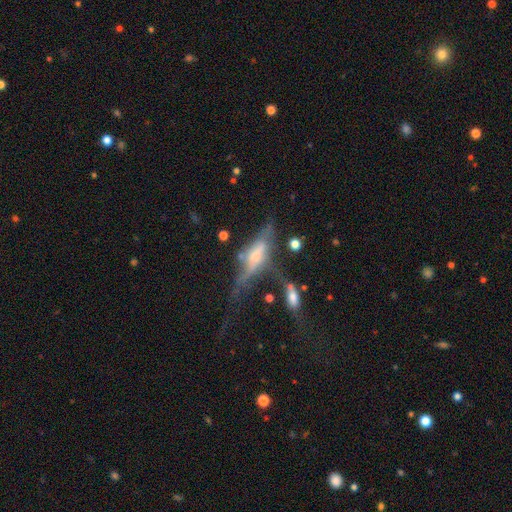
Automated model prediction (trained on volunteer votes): Q: Smooth or featured?
A: featured or disk (61%); runner-up: smooth (28%)
Q: Edge-on disk?
A: yes (70%); runner-up: no (30%)
Q: Merging?
A: none (31%); runner-up: major disturbance (30%)